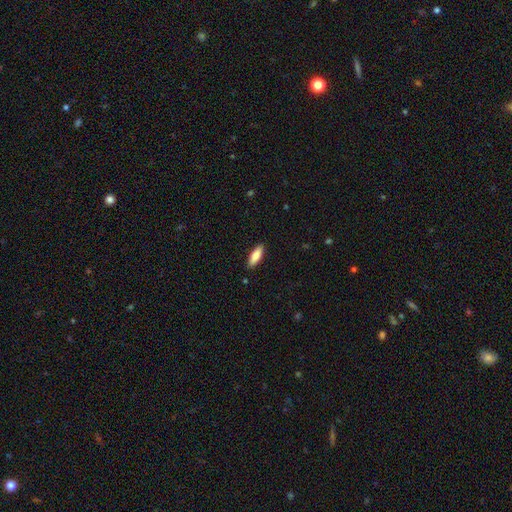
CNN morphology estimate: Smooth or featured? smooth (81%)
How rounded? in between (61%)
Merging? none (89%)